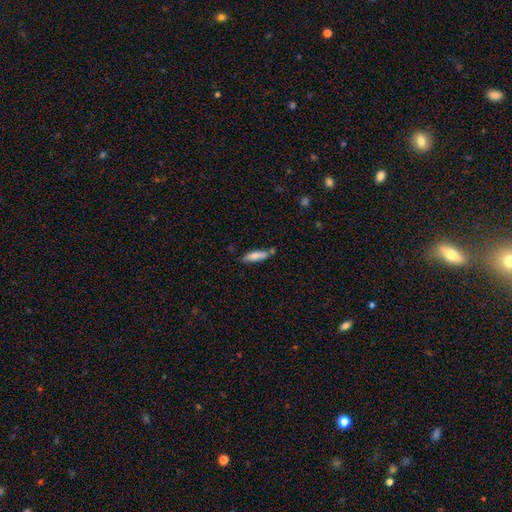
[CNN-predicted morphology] This appears to be a smooth galaxy with no disk features (78%) that is cigar-shaped (65%). Merging: none (67%).